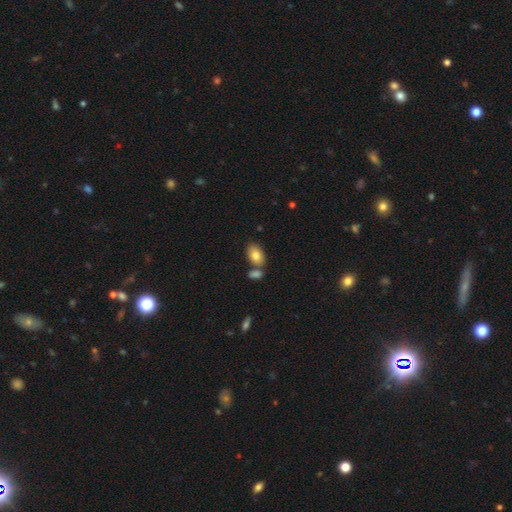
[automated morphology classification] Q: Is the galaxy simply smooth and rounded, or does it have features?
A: smooth — 82%.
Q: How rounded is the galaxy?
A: in between — 89%.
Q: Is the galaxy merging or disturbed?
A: none — 64%.